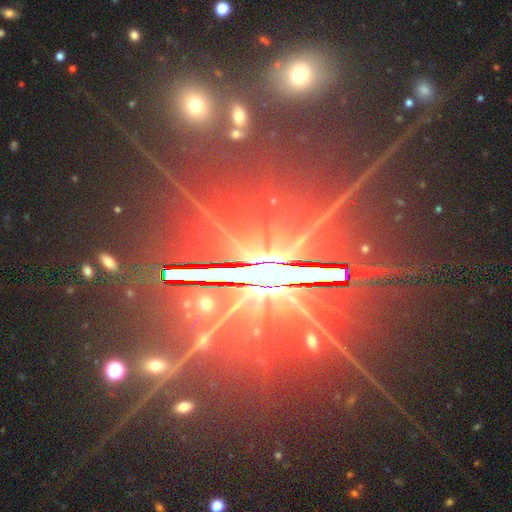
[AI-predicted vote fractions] Smooth or featured? star or artifact (75%)